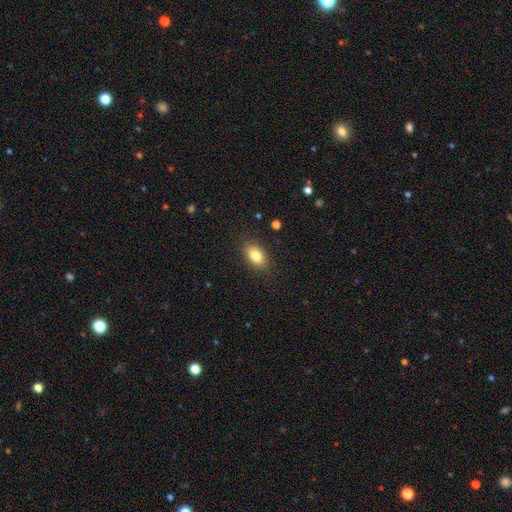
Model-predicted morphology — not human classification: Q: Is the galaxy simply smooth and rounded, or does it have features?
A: smooth — 82%.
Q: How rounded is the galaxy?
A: in between — 87%.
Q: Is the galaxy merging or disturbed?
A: none — 86%.